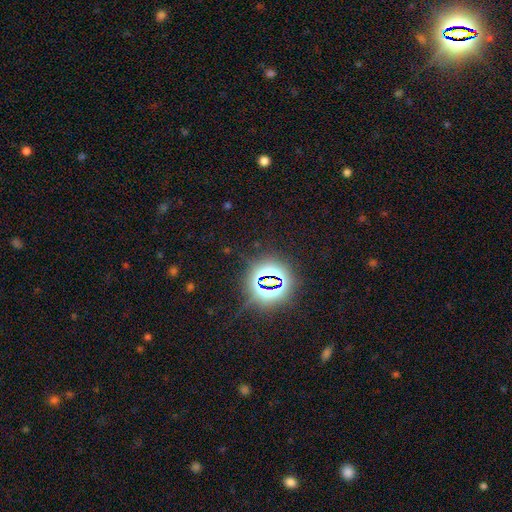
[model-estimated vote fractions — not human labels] Morphology: type=star or artifact (76%).